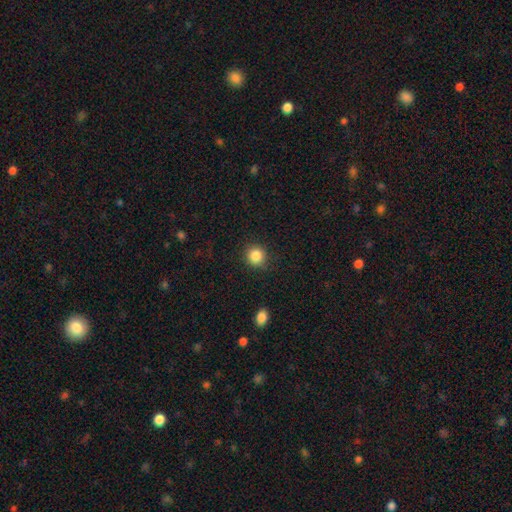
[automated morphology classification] smooth_or_featured: smooth (p=0.86) [alt: star or artifact p=0.10]
how_rounded: round (p=0.91) [alt: in between p=0.08]
merging: none (p=0.89) [alt: minor disturbance p=0.08]